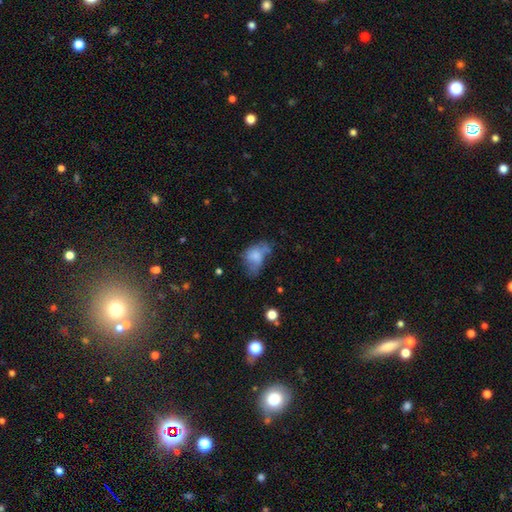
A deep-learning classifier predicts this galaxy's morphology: type=smooth (61%); roundness=in between (83%); merging=major disturbance (36%).